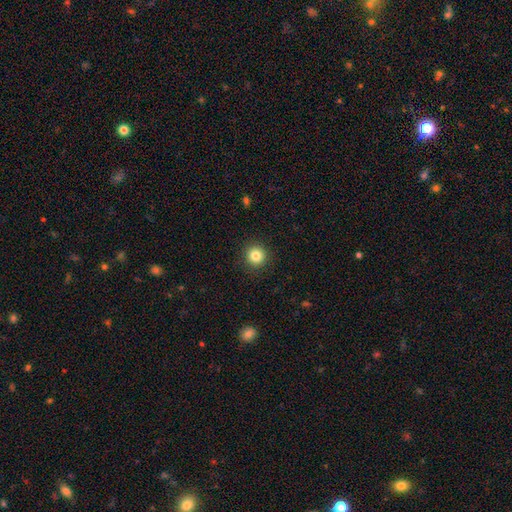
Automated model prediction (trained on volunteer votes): Smooth or featured?
  - smooth: 83% *
  - star or artifact: 11%
  - featured or disk: 6%
How rounded?
  - round: 95% *
  - in between: 5%
  - cigar-shaped: 1%
Merging?
  - none: 92% *
  - minor disturbance: 5%
  - major disturbance: 2%
  - merger: 1%